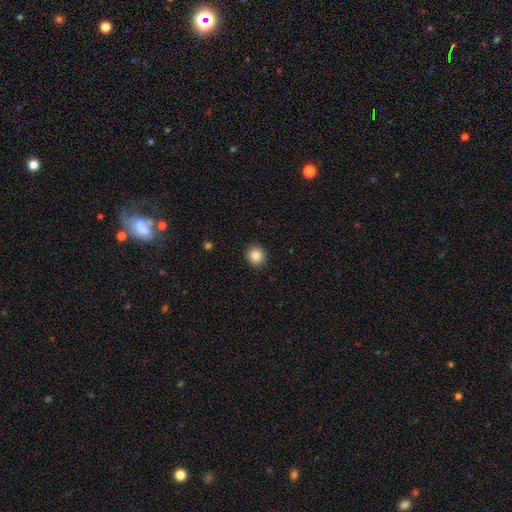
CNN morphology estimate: smooth_or_featured: smooth (p=0.86) [alt: star or artifact p=0.09]
how_rounded: round (p=0.89) [alt: in between p=0.10]
merging: none (p=0.91) [alt: minor disturbance p=0.06]